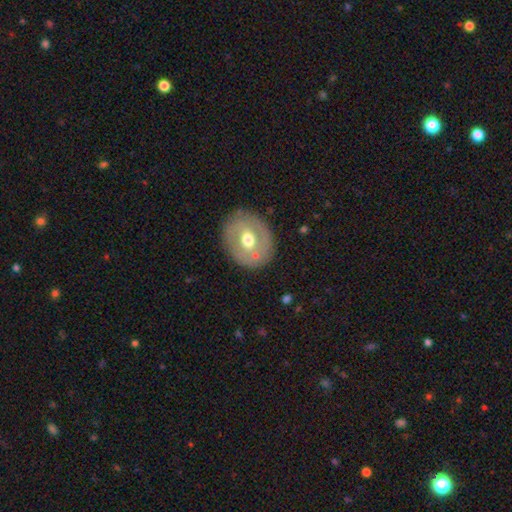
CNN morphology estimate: Q: Smooth or featured?
A: featured or disk (52%); runner-up: smooth (41%)
Q: Edge-on disk?
A: no (94%); runner-up: yes (6%)
Q: Merging?
A: none (80%); runner-up: minor disturbance (13%)